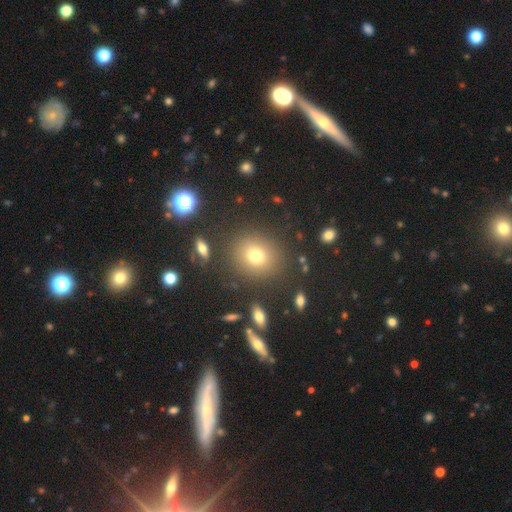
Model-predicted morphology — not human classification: A smooth galaxy with no disk features (73%) that is round (79%).

Vote fractions:
- Smooth or featured? smooth: 73% / star or artifact: 16% / featured or disk: 10%
- How rounded? round: 79% / in between: 20% / cigar-shaped: 1%
- Merging? none: 85% / minor disturbance: 8% / major disturbance: 4% / merger: 4%